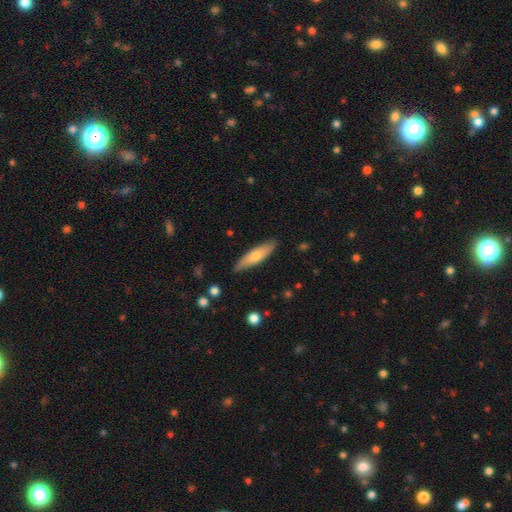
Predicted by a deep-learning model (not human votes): Smooth or featured? smooth (59%)
How rounded? cigar-shaped (73%)
Merging? none (87%)